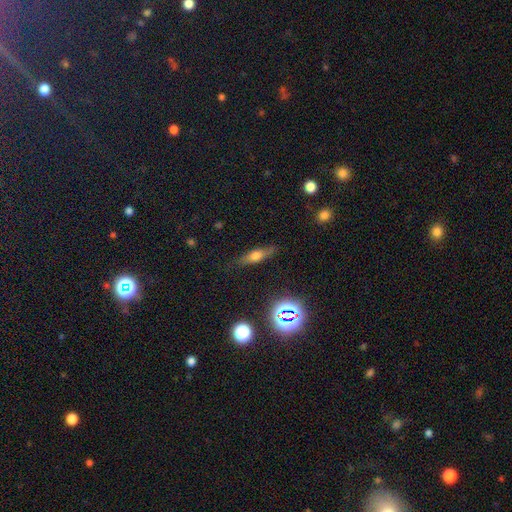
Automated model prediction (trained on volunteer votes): smooth-or-featured: smooth: 49% | featured or disk: 37% | star or artifact: 14%
  merging: none: 82% | minor disturbance: 13% | major disturbance: 4% | merger: 2%